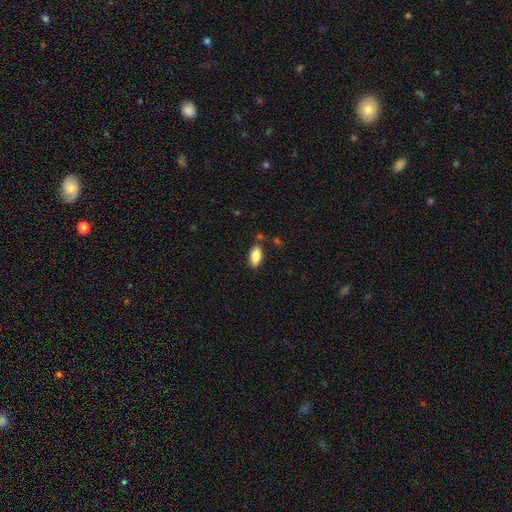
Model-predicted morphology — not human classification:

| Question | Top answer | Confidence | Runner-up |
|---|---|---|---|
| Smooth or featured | smooth | 86% | featured or disk (7%) |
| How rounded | in between | 88% | cigar-shaped (9%) |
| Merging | none | 81% | minor disturbance (12%) |